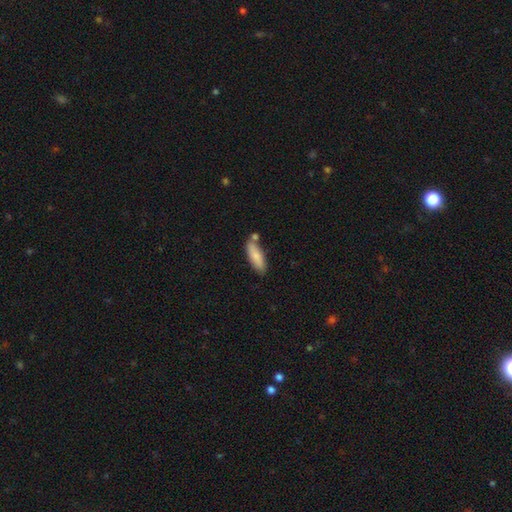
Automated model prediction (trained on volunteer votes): smooth-or-featured: smooth: 81% | featured or disk: 13% | star or artifact: 6%
  how-rounded: in between: 56% | cigar-shaped: 42% | round: 2%
  merging: none: 68% | minor disturbance: 15% | merger: 14% | major disturbance: 3%